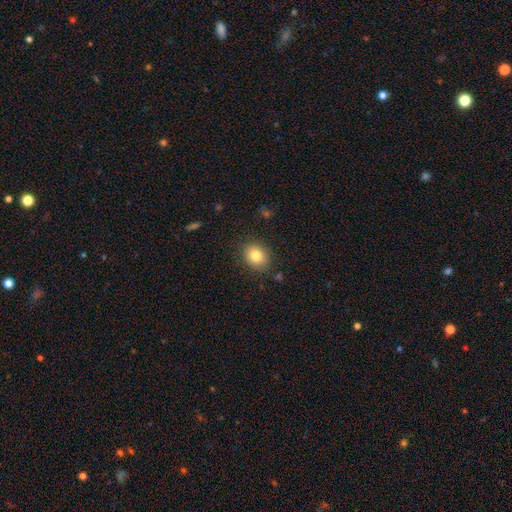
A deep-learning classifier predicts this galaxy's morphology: Smooth or featured: smooth — 81% (star or artifact — 10%)
How rounded: round — 59% (in between — 40%)
Merging: none — 86% (minor disturbance — 10%)